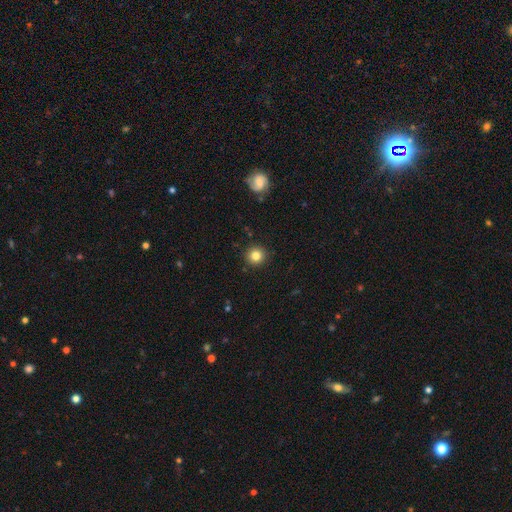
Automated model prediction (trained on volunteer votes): A smooth galaxy with no disk features (82%) that is round (95%). Merging: none (91%).